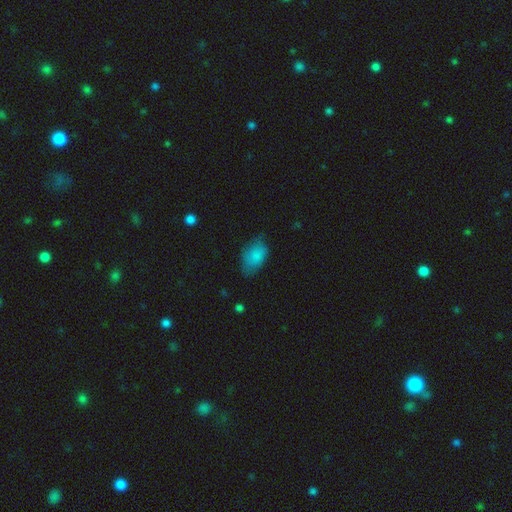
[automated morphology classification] Smooth or featured?
  - smooth: 82% *
  - featured or disk: 10%
  - star or artifact: 8%
How rounded?
  - in between: 91% *
  - round: 7%
  - cigar-shaped: 2%
Merging?
  - none: 61% *
  - minor disturbance: 29%
  - major disturbance: 8%
  - merger: 2%